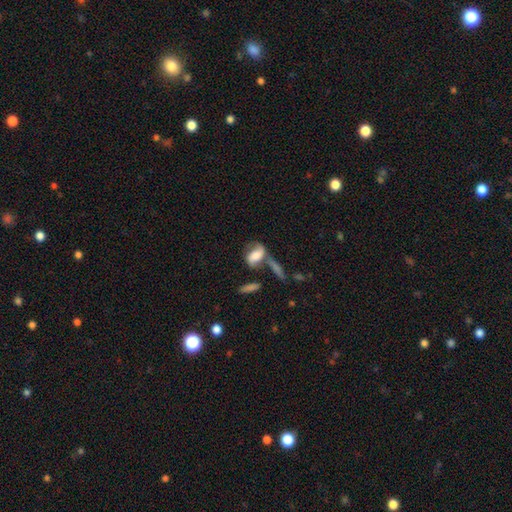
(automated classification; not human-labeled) Q: Smooth or featured?
A: smooth (49%); runner-up: featured or disk (42%)
Q: Merging?
A: none (38%); runner-up: merger (25%)